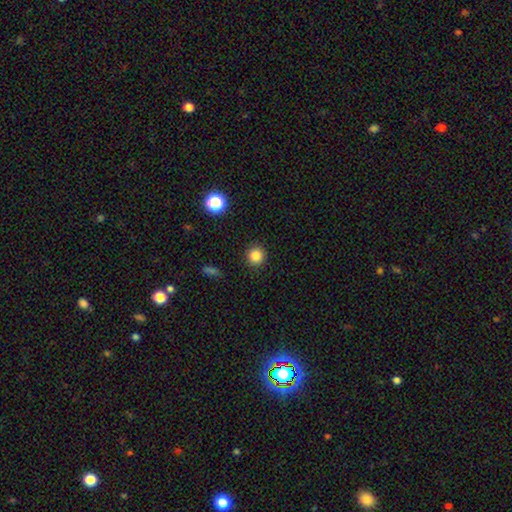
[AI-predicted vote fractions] This appears to be a smooth galaxy with no disk features (83%) that is round (94%). Merging: none (91%).